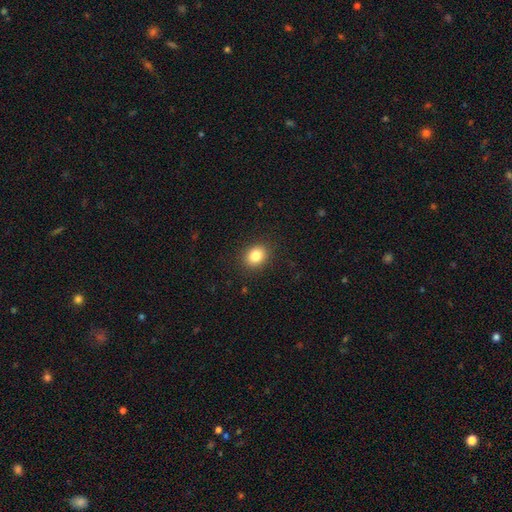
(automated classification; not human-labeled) Smooth or featured: smooth — 84% (star or artifact — 10%)
How rounded: round — 51% (in between — 48%)
Merging: none — 89% (minor disturbance — 8%)